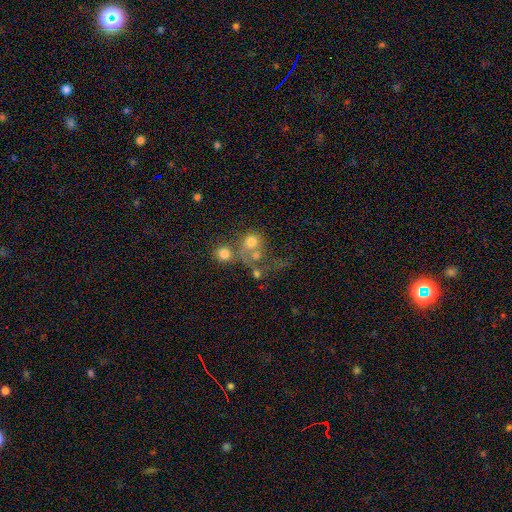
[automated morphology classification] Q: Smooth or featured?
A: smooth (47%); runner-up: star or artifact (30%)
Q: Merging?
A: merger (44%); runner-up: none (39%)